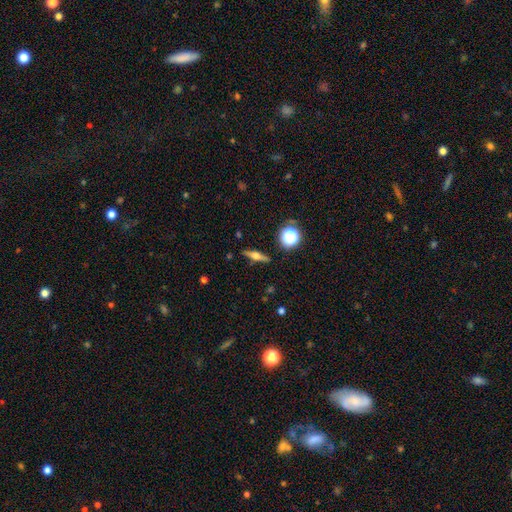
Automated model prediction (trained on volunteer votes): Overall: featured or disk (59%; smooth 31%). Edge-on disk: yes (95%). Edge-on bulge: rounded (93%). Merging: none (88%).